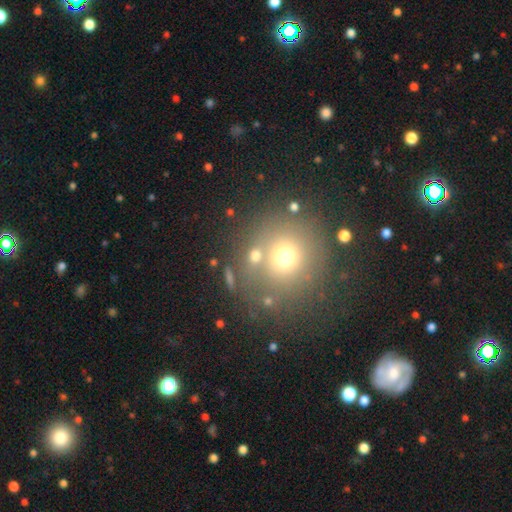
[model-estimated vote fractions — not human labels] This is likely a smooth galaxy (66%). How rounded: likely round (77%). Merging: likely none (65%).